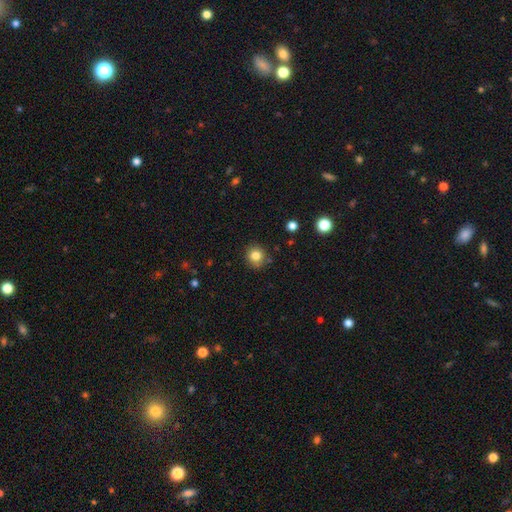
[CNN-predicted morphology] Q: Smooth or featured?
A: smooth (82%); runner-up: star or artifact (12%)
Q: How rounded?
A: round (89%); runner-up: in between (10%)
Q: Merging?
A: none (86%); runner-up: minor disturbance (10%)